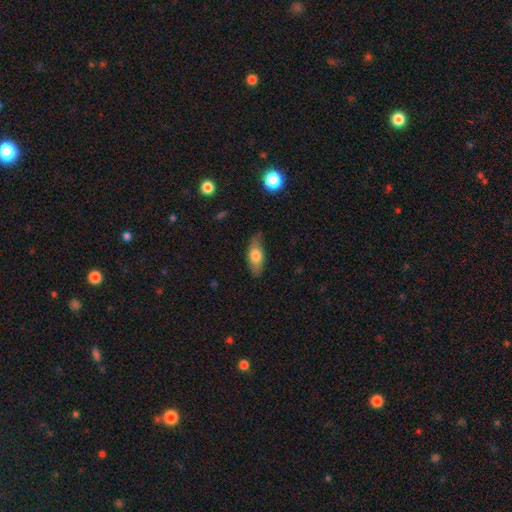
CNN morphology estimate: type=smooth (72%); roundness=in between (79%); merging=none (75%).